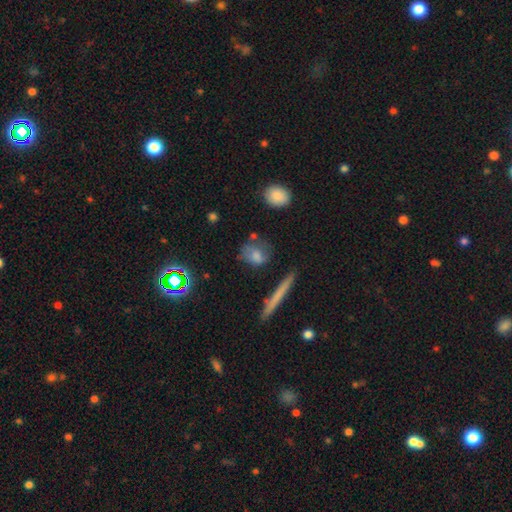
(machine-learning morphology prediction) Q: Smooth or featured?
A: smooth (68%); runner-up: featured or disk (21%)
Q: How rounded?
A: in between (47%); runner-up: round (43%)
Q: Merging?
A: none (53%); runner-up: minor disturbance (25%)